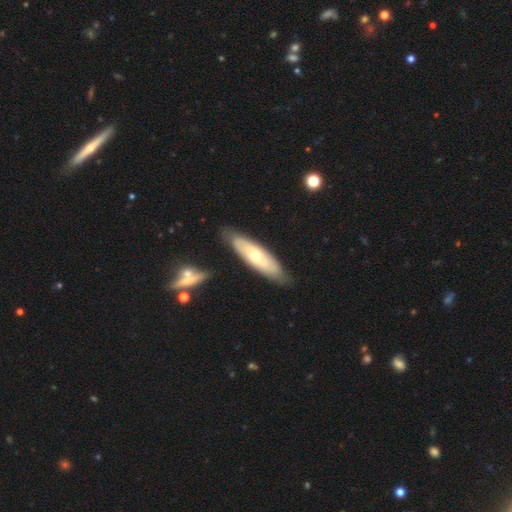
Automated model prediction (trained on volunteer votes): Smooth or featured?
  - featured or disk: 50% *
  - smooth: 44%
  - star or artifact: 6%
Merging?
  - none: 82% *
  - minor disturbance: 13%
  - major disturbance: 3%
  - merger: 2%